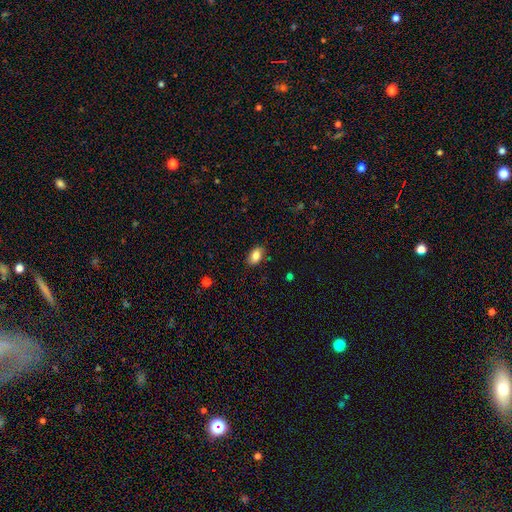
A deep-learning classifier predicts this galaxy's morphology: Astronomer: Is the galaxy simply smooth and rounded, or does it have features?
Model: smooth — 84%.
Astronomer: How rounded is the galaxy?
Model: in between — 91%.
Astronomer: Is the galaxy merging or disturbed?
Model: none — 85%.